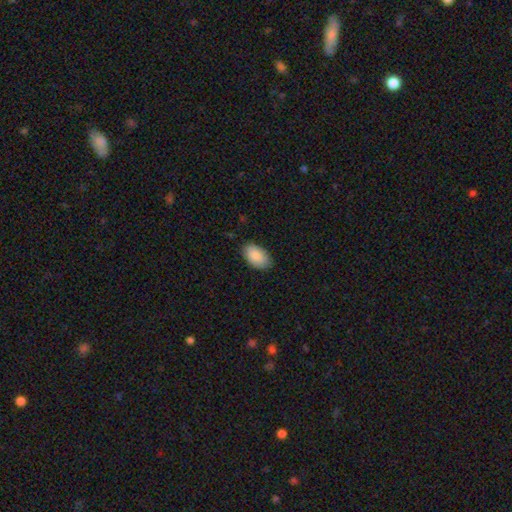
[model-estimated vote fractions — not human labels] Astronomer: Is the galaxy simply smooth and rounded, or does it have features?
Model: smooth — 88%.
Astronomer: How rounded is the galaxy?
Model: in between — 94%.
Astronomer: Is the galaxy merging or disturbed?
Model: none — 85%.